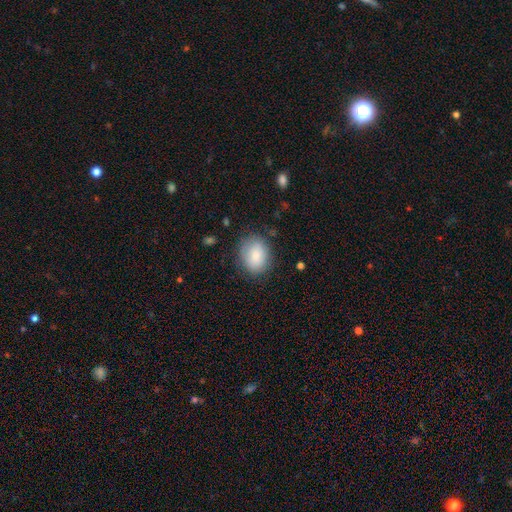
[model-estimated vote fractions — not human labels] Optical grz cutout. It shows a smooth galaxy with no disk features (81%) that is in between round and cigar-shaped (51%). Merging: none (79%).